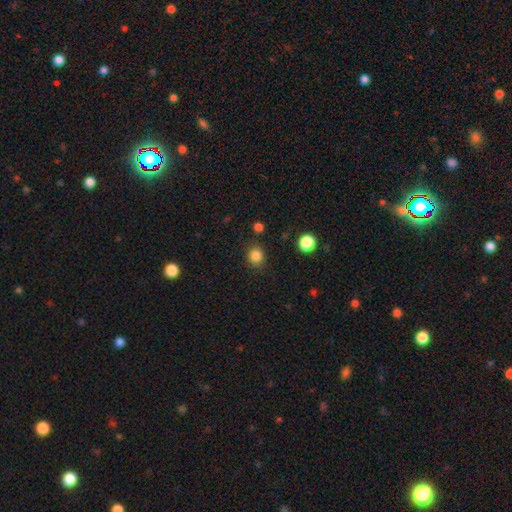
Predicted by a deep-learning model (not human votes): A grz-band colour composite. It shows a smooth galaxy with no disk features (84%) that is round (82%). Merging: none (86%).